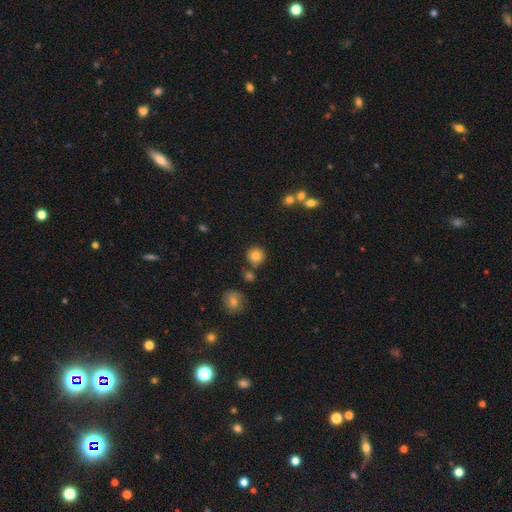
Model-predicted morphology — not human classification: This is clearly a smooth galaxy (82%). How rounded: clearly round (92%). Merging: clearly none (81%).